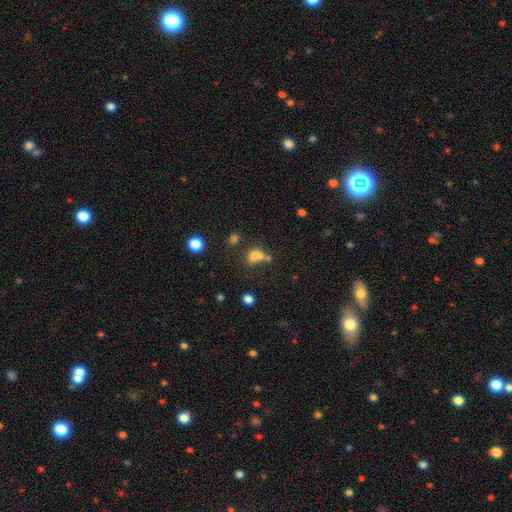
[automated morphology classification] Overall: smooth (68%). How rounded: in between (52%; round 46%). Merging: merger (45%; none 33%).